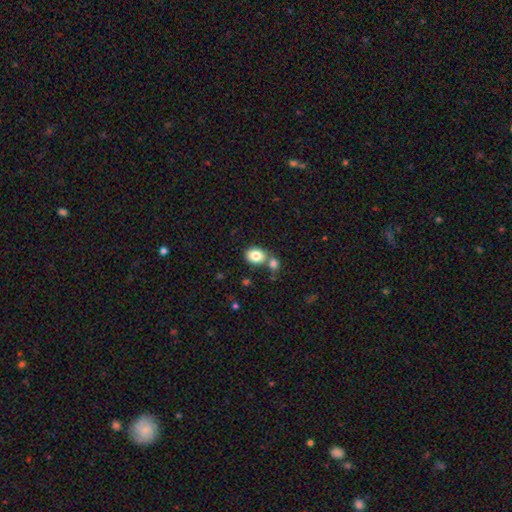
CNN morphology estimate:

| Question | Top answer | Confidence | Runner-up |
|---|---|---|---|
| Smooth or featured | smooth | 83% | featured or disk (8%) |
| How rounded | in between | 60% | round (39%) |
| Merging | none | 55% | merger (32%) |